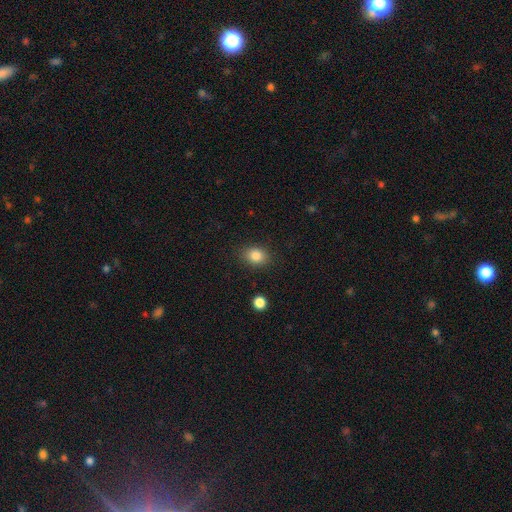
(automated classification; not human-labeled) Morphology: type=smooth (84%); roundness=in between (57%); merging=none (86%).